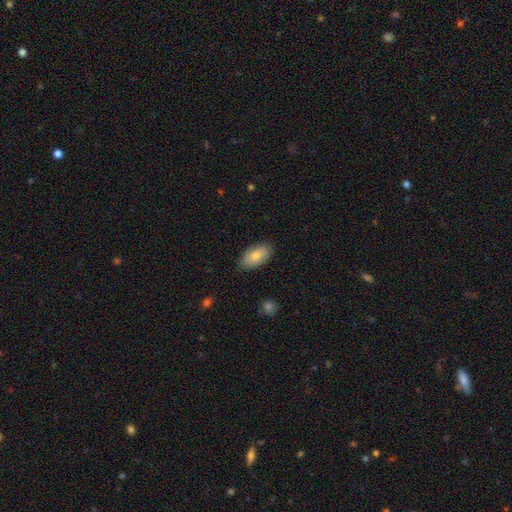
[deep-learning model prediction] Morphology: type=smooth (80%); roundness=in between (94%); merging=none (84%).